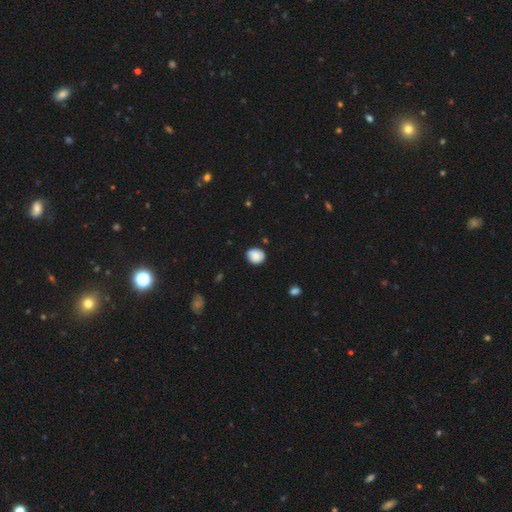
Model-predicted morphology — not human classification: The model was most divided on "how rounded": round: 64%, in between: 35%, cigar-shaped: 1%. More confident: smooth or featured — smooth (81%); merging — none (79%).